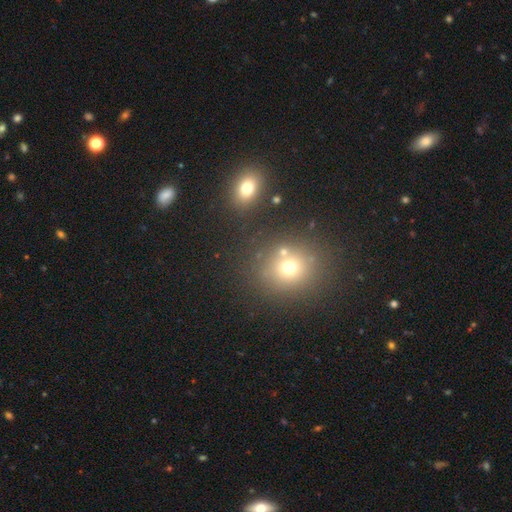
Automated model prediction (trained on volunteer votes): The model was most divided on "smooth or featured": smooth: 52%, star or artifact: 37%, featured or disk: 11%. More confident: how rounded — round (75%); merging — none (73%).